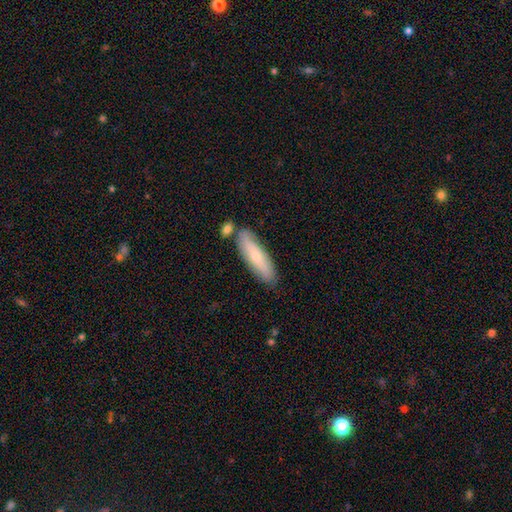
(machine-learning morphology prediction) smooth-or-featured: smooth: 63% | featured or disk: 30% | star or artifact: 6%
  how-rounded: cigar-shaped: 63% | in between: 35% | round: 2%
  merging: none: 71% | minor disturbance: 16% | merger: 10% | major disturbance: 3%